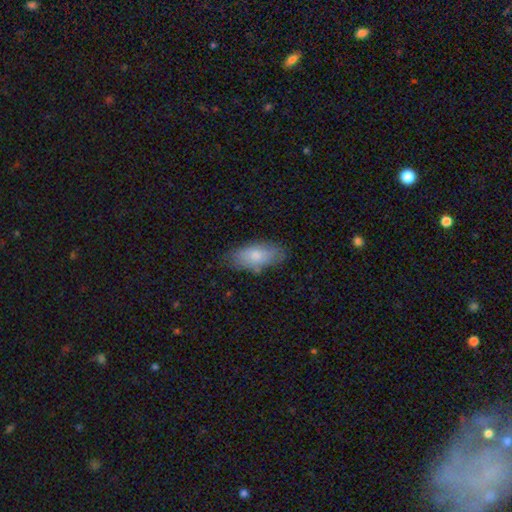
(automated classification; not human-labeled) Overall: smooth (76%). How rounded: in between (88%). Merging: none (72%).